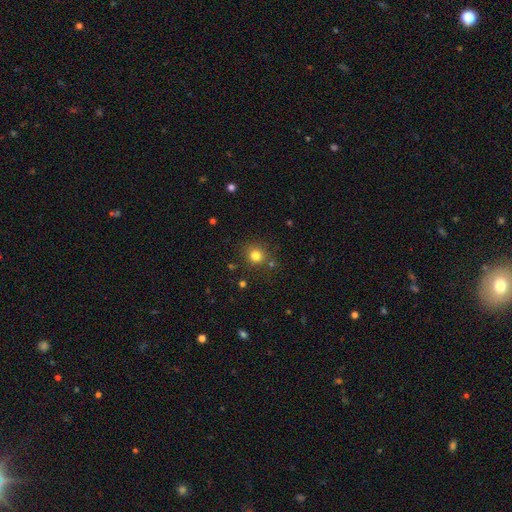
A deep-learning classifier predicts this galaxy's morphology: type=smooth (79%); roundness=round (89%); merging=none (83%).